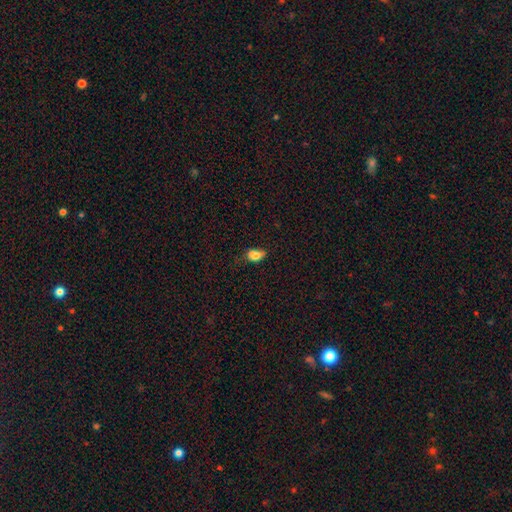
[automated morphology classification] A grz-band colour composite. It shows a smooth galaxy with no disk features (81%) that is in between round and cigar-shaped (82%). Merging: none (51%).